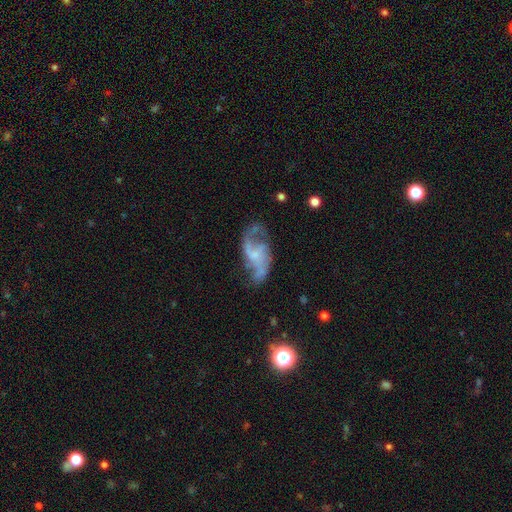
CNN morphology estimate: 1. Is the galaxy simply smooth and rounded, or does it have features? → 80% featured or disk, 12% smooth, 8% star or artifact.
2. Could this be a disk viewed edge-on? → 97% no, 3% yes.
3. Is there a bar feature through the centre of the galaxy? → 54% no, 37% weak, 9% strong.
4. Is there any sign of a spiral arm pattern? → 88% yes, 12% no.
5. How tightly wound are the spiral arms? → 68% loose, 25% medium, 6% tight.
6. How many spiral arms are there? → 82% 2, 7% can't tell, 4% 1, 3% 3, 2% 4, 2% more than 4.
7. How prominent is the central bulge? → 41% small, 40% none, 15% moderate, 2% large, 1% dominant.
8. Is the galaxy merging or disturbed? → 51% none, 23% major disturbance, 21% minor disturbance, 4% merger.